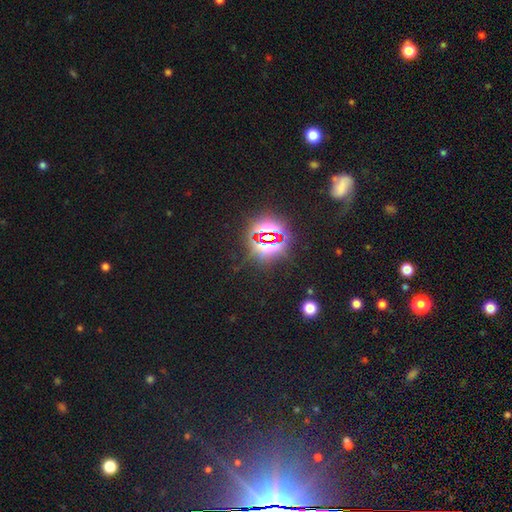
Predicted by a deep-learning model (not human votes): Smooth or featured? star or artifact (78%)